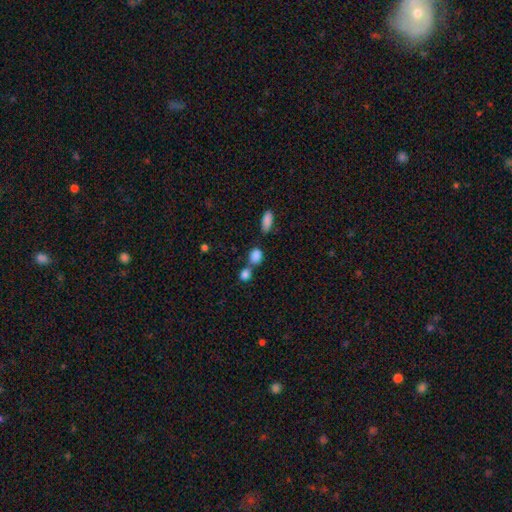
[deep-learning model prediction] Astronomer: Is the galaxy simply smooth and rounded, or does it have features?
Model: smooth — 84%.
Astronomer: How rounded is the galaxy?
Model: round — 50% (runner-up: in between, 47%).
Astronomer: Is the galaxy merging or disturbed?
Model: none — 49% (runner-up: merger, 35%).